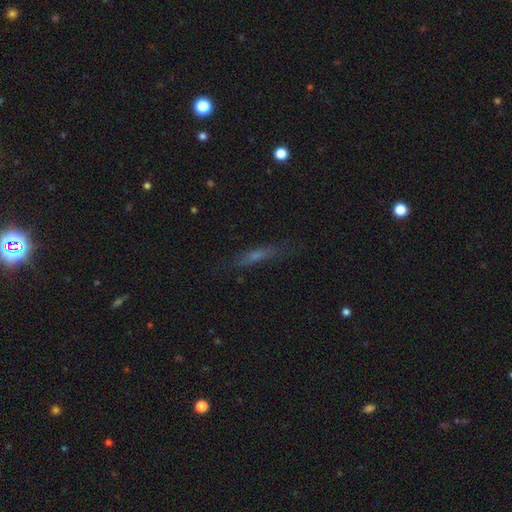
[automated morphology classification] smooth_or_featured: smooth (p=0.44) [alt: featured or disk p=0.39]
merging: none (p=0.76) [alt: minor disturbance p=0.17]